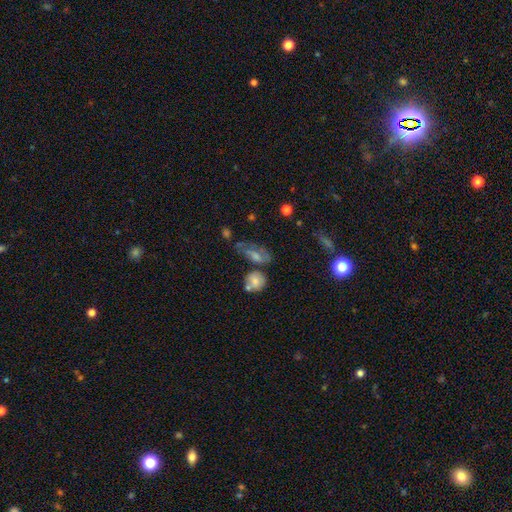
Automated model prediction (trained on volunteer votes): A smooth galaxy with no disk features (41%). Merging: none (47%).